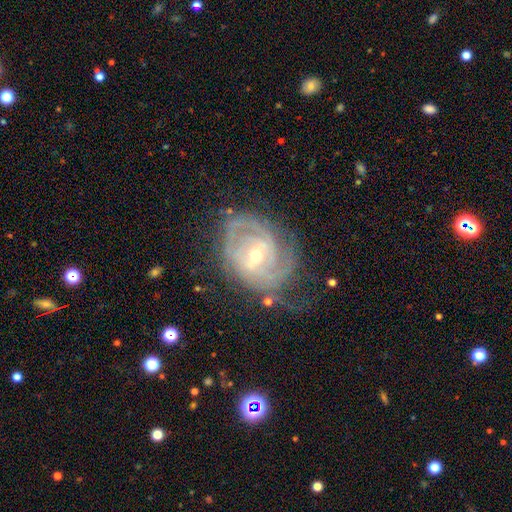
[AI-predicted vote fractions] smooth_or_featured: featured or disk (p=0.87) [alt: smooth p=0.07]
disk_edge_on: no (p=0.97) [alt: yes p=0.03]
bar: weak (p=0.49) [alt: no p=0.32]
has_spiral_arms: yes (p=0.94) [alt: no p=0.06]
spiral_winding: tight (p=0.62) [alt: medium p=0.31]
spiral_arm_count: 2 (p=0.32) [tied with: can't tell p=0.32]
bulge_size: small (p=0.56) [alt: moderate p=0.41]
merging: none (p=0.58) [alt: minor disturbance p=0.24]